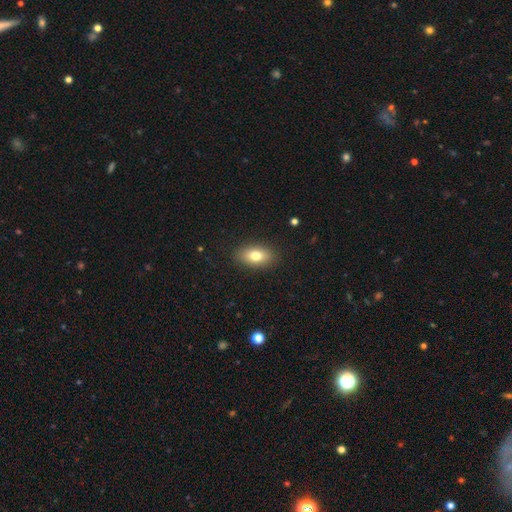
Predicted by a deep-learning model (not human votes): smooth 78%, featured or disk 14%, star or artifact 8%. Down the decision tree: how rounded — in between (88%); merging — none (89%).